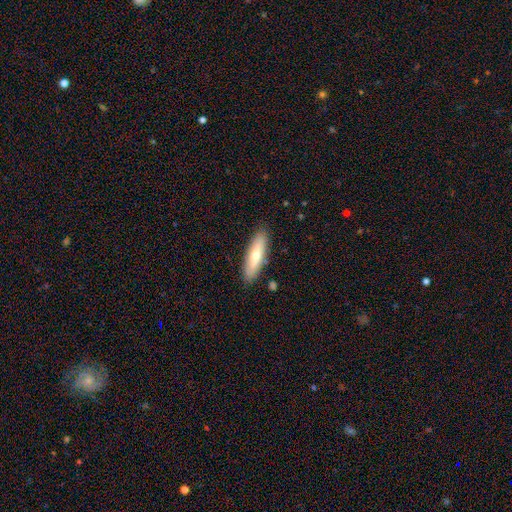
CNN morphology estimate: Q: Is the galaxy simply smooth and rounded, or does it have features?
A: smooth — 67%.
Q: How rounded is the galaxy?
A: cigar-shaped — 59%.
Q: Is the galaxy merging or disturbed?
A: none — 86%.